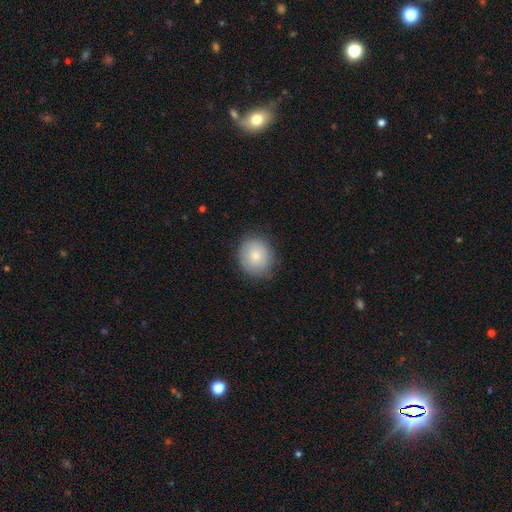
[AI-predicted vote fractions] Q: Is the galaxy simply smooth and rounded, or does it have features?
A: smooth — 77%.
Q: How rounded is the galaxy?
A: round — 75%.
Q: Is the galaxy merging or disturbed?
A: none — 81%.